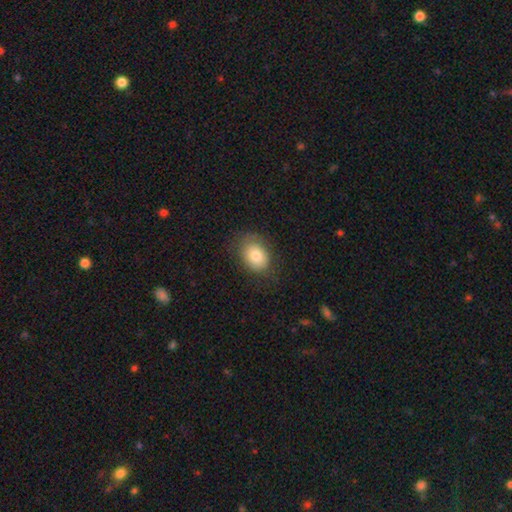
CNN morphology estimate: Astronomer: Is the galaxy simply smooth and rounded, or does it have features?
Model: smooth — 79%.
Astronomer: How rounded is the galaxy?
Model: in between — 63%.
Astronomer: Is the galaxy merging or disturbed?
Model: none — 74%.